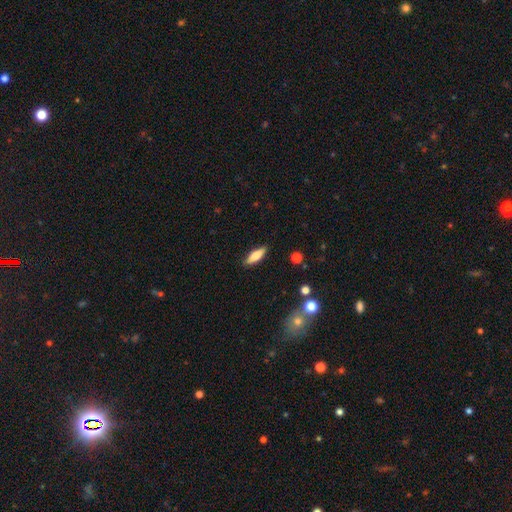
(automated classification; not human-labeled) smooth-or-featured: smooth: 70% | featured or disk: 23% | star or artifact: 7%
  how-rounded: in between: 51% | cigar-shaped: 47% | round: 2%
  merging: none: 87% | minor disturbance: 9% | major disturbance: 2% | merger: 1%